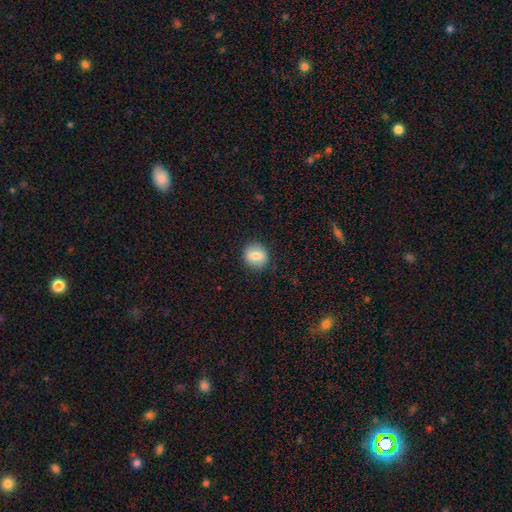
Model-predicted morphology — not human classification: This appears to be a smooth galaxy with no disk features (75%) that is round (81%). Merging: none (88%).